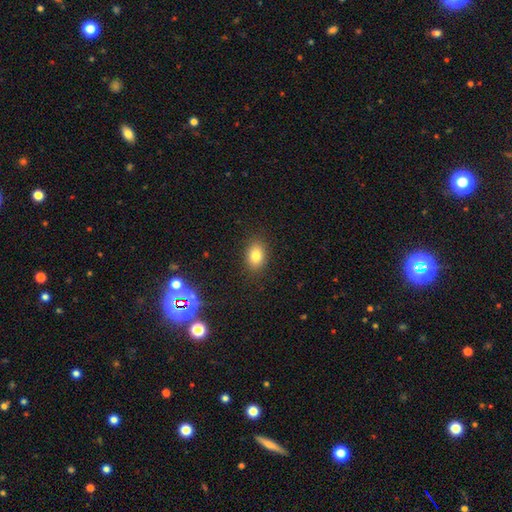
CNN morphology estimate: smooth_or_featured: smooth (p=0.81) [alt: star or artifact p=0.11]
how_rounded: in between (p=0.76) [alt: round p=0.23]
merging: none (p=0.87) [alt: minor disturbance p=0.09]